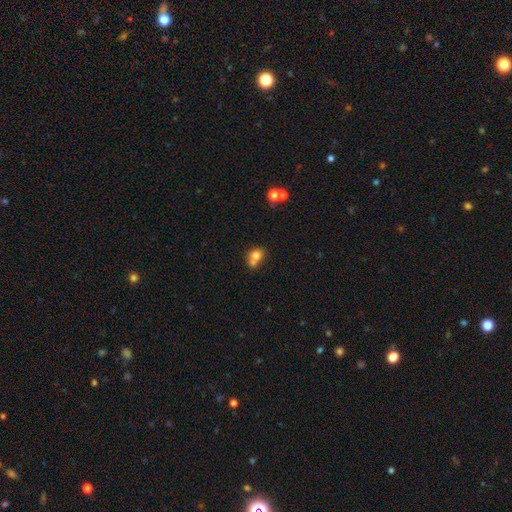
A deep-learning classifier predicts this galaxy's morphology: A smooth galaxy with no disk features (73%) that is round (61%).

Vote fractions:
- Smooth or featured? smooth: 73% / featured or disk: 15% / star or artifact: 11%
- How rounded? round: 61% / in between: 38% / cigar-shaped: 1%
- Merging? merger: 51% / none: 34% / minor disturbance: 11% / major disturbance: 5%